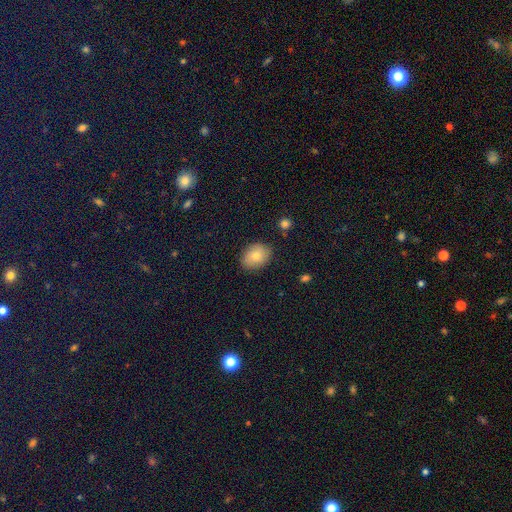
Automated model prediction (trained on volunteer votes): Smooth or featured? smooth (76%)
How rounded? in between (72%)
Merging? none (86%)